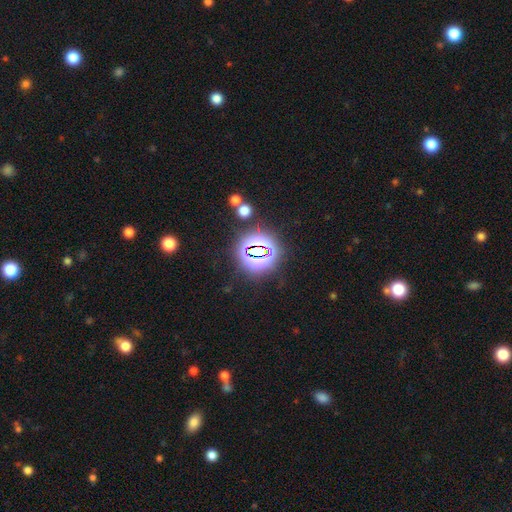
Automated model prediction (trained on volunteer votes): Smooth or featured?
  - star or artifact: 75% *
  - smooth: 16%
  - featured or disk: 10%